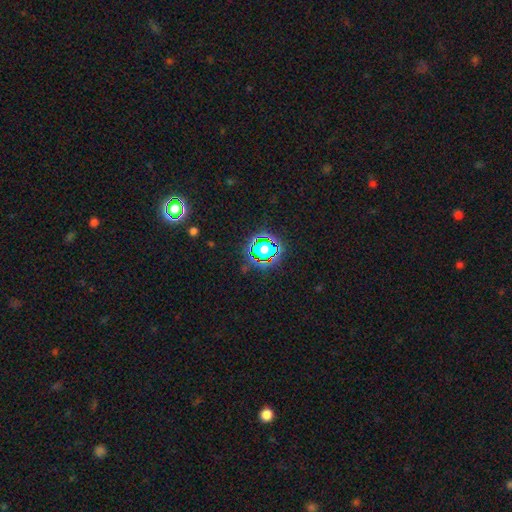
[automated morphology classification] star or artifact 77%, smooth 15%, featured or disk 8%.